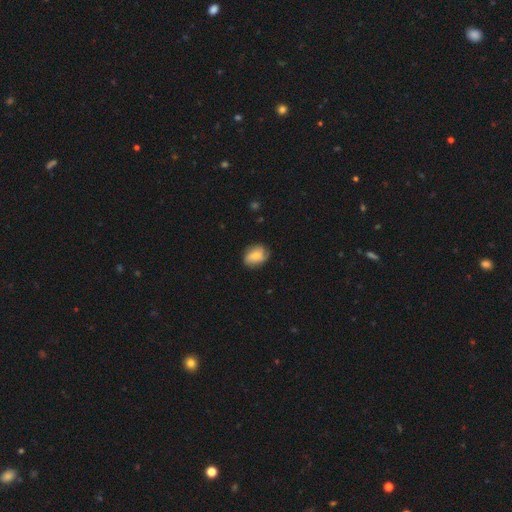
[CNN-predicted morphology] Smooth or featured: smooth — 61% (featured or disk — 32%)
How rounded: in between — 60% (round — 39%)
Merging: none — 73% (minor disturbance — 21%)